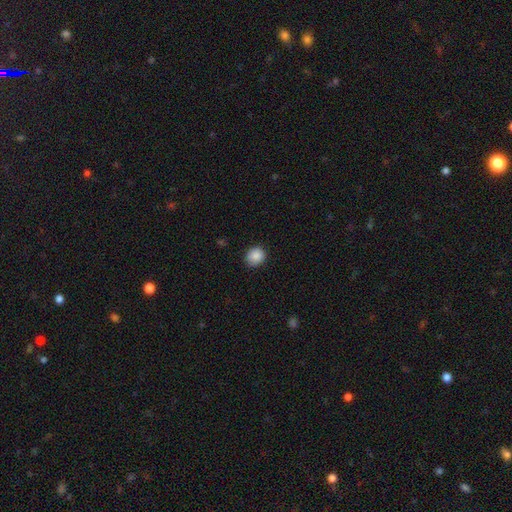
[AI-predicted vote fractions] Smooth or featured? Predicted: smooth (p=0.88). How rounded? Predicted: round (p=0.80). Merging? Predicted: none (p=0.85).